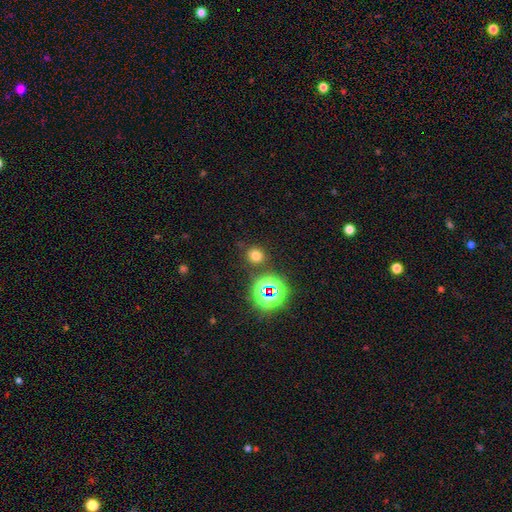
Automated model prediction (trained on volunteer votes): smooth-or-featured: smooth: 68% | star or artifact: 26% | featured or disk: 6%
  how-rounded: round: 85% | in between: 14% | cigar-shaped: 1%
  merging: none: 85% | minor disturbance: 7% | merger: 5% | major disturbance: 3%